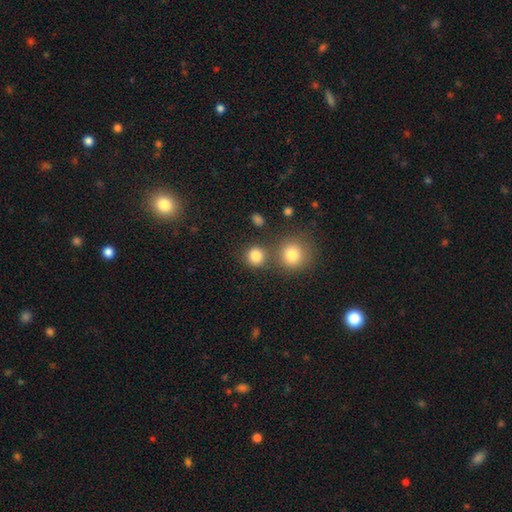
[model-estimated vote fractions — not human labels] Smooth or featured? Predicted: smooth (p=0.81). How rounded? Predicted: round (p=0.90). Merging? Predicted: none (p=0.74).